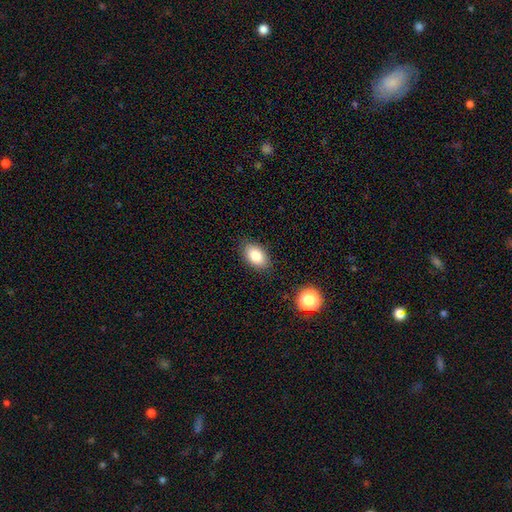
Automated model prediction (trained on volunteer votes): smooth_or_featured: smooth (p=0.83) [alt: star or artifact p=0.09]
how_rounded: in between (p=0.89) [alt: round p=0.09]
merging: none (p=0.86) [alt: minor disturbance p=0.10]